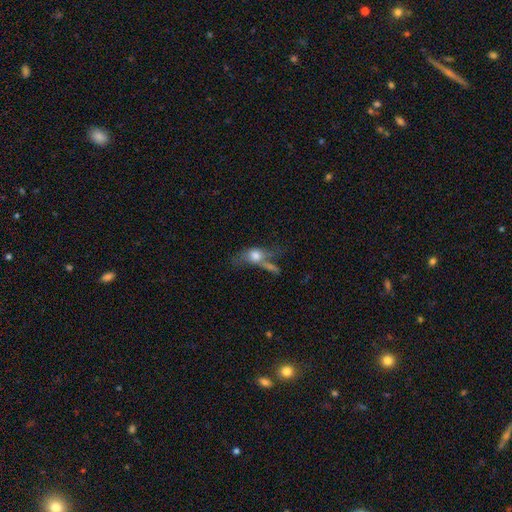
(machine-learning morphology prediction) A smooth galaxy with no disk features (61%) that is in between round and cigar-shaped (62%).

Vote fractions:
- Smooth or featured? smooth: 61% / featured or disk: 29% / star or artifact: 10%
- How rounded? in between: 62% / round: 25% / cigar-shaped: 13%
- Merging? merger: 38% / none: 26% / major disturbance: 22% / minor disturbance: 14%